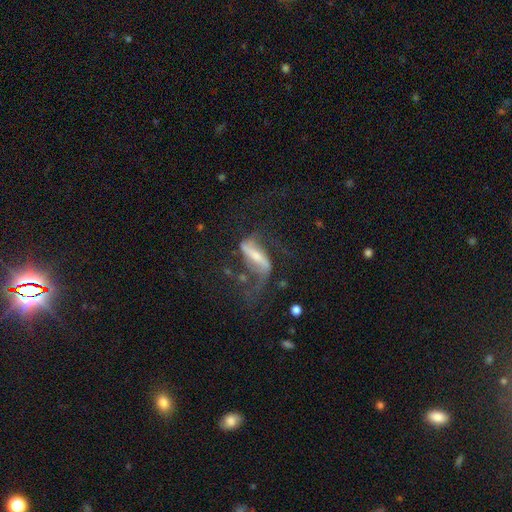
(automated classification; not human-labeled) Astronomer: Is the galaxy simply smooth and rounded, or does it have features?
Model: featured or disk — 75%.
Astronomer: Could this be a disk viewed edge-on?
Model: no — 85%.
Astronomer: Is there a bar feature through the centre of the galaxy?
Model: strong — 59%.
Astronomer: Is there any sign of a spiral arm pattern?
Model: yes — 86%.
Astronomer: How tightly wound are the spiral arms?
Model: loose — 74%.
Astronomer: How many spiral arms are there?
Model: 2 — 81%.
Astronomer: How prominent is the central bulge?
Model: small — 45% (runner-up: moderate, 33%).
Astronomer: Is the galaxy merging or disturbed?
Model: major disturbance — 40% (runner-up: none, 38%).